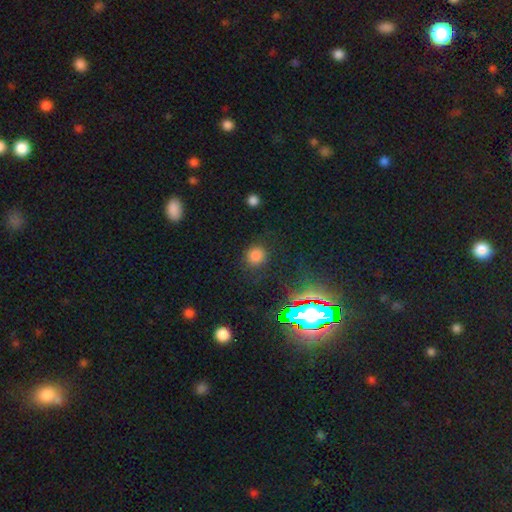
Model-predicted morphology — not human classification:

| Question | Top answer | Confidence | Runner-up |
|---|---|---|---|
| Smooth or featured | smooth | 74% | star or artifact (20%) |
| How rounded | round | 89% | in between (10%) |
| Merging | none | 83% | minor disturbance (10%) |